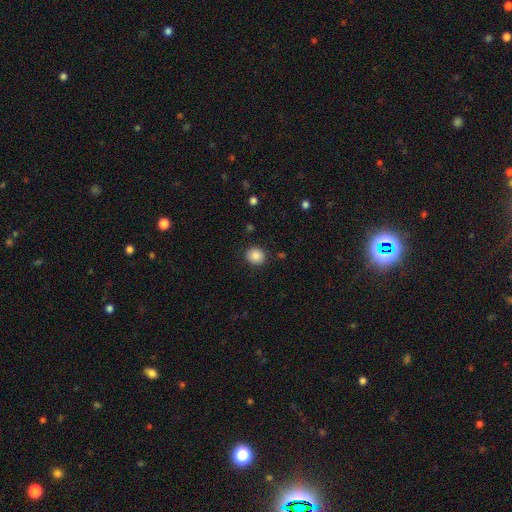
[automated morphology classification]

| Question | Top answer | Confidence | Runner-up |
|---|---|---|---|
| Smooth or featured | smooth | 87% | star or artifact (9%) |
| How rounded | round | 82% | in between (17%) |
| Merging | none | 88% | minor disturbance (8%) |